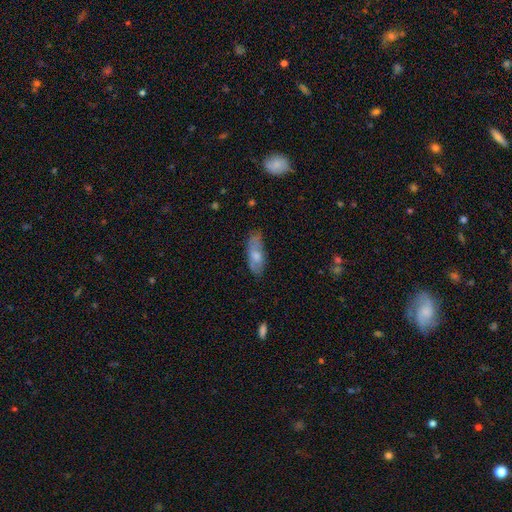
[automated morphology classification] smooth_or_featured: smooth (p=0.64) [alt: featured or disk p=0.30]
how_rounded: in between (p=0.75) [alt: cigar-shaped p=0.23]
merging: none (p=0.67) [alt: minor disturbance p=0.24]